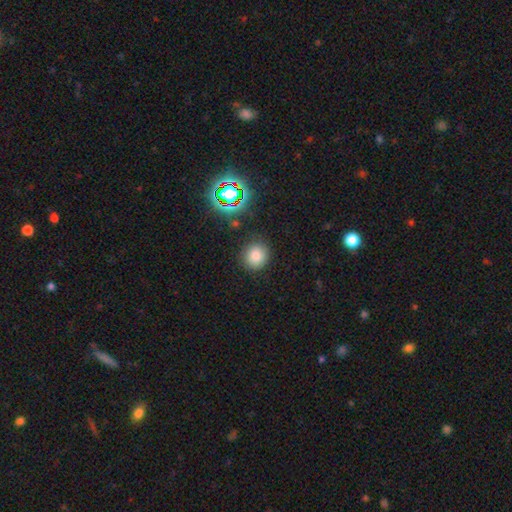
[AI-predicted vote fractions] Smooth or featured?
  - smooth: 78% *
  - star or artifact: 15%
  - featured or disk: 6%
How rounded?
  - round: 87% *
  - in between: 12%
  - cigar-shaped: 1%
Merging?
  - none: 86% *
  - minor disturbance: 9%
  - major disturbance: 3%
  - merger: 2%